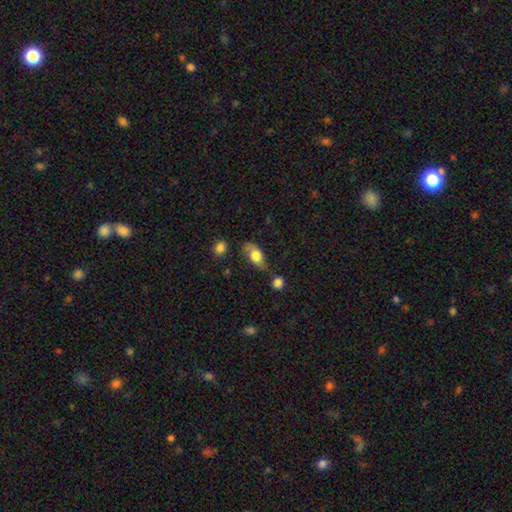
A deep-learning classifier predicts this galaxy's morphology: A smooth galaxy with no disk features (66%) that is in between round and cigar-shaped (84%).

Vote fractions:
- Smooth or featured? smooth: 66% / featured or disk: 27% / star or artifact: 7%
- How rounded? in between: 84% / round: 9% / cigar-shaped: 7%
- Merging? none: 51% / minor disturbance: 29% / major disturbance: 12% / merger: 8%